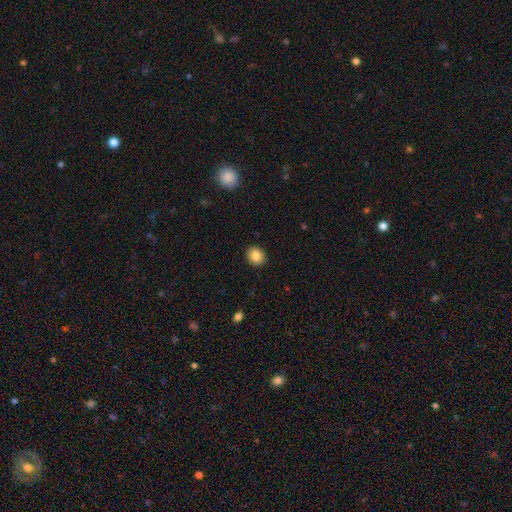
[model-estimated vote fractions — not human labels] smooth 86%, star or artifact 9%, featured or disk 5%. Down the decision tree: how rounded — round (71%); merging — none (91%).